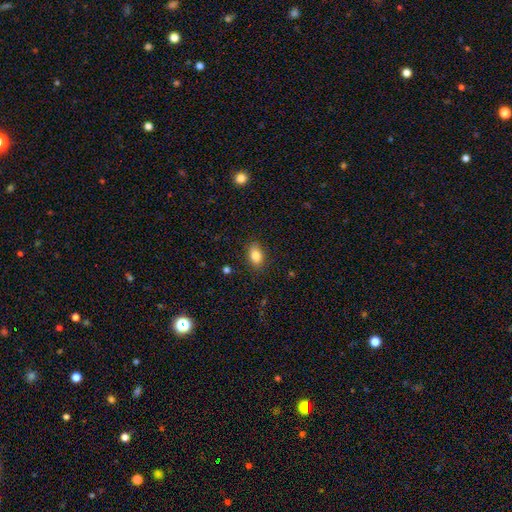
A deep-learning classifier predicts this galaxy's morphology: A smooth galaxy with no disk features (84%) that is in between round and cigar-shaped (85%).

Vote fractions:
- Smooth or featured? smooth: 84% / star or artifact: 9% / featured or disk: 7%
- How rounded? in between: 85% / round: 13% / cigar-shaped: 2%
- Merging? none: 85% / minor disturbance: 11% / major disturbance: 3% / merger: 1%